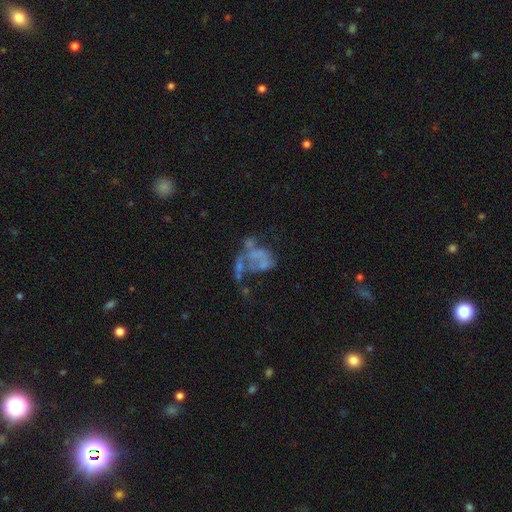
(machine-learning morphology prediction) Q: Smooth or featured?
A: featured or disk (58%); runner-up: smooth (27%)
Q: Edge-on disk?
A: no (98%); runner-up: yes (2%)
Q: Bar?
A: no (92%); runner-up: weak (5%)
Q: Spiral arms?
A: no (90%); runner-up: yes (10%)
Q: Bulge size?
A: none (83%); runner-up: small (8%)
Q: Merging?
A: major disturbance (39%); runner-up: merger (26%)